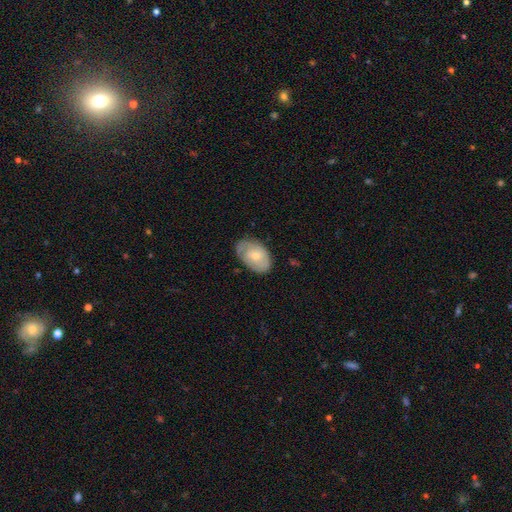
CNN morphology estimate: This appears to be a smooth galaxy with no disk features (48%). Merging: none (69%).